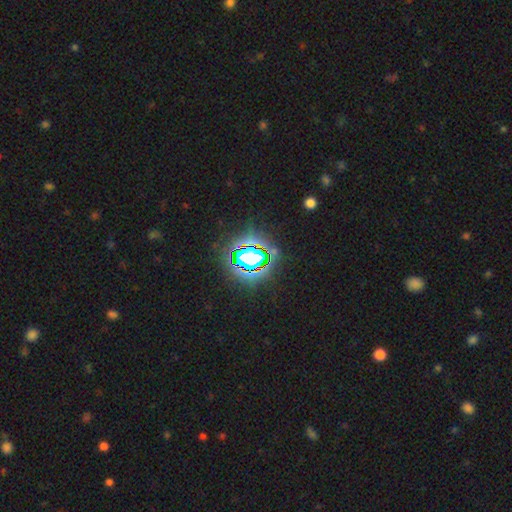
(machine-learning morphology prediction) Smooth or featured: star or artifact — 79% (smooth — 13%)